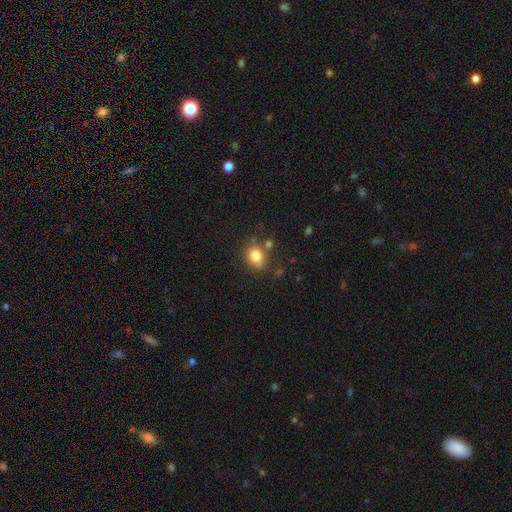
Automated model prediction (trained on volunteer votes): Overall: smooth (80%). How rounded: round (62%; in between 37%). Merging: none (66%).